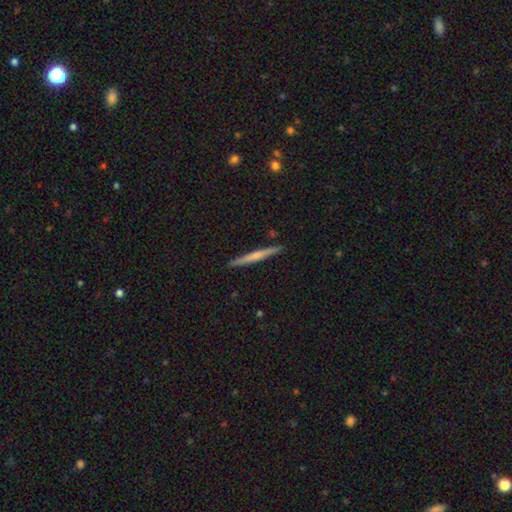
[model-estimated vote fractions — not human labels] Overall: featured or disk (49%; smooth 45%). Merging: none (92%).